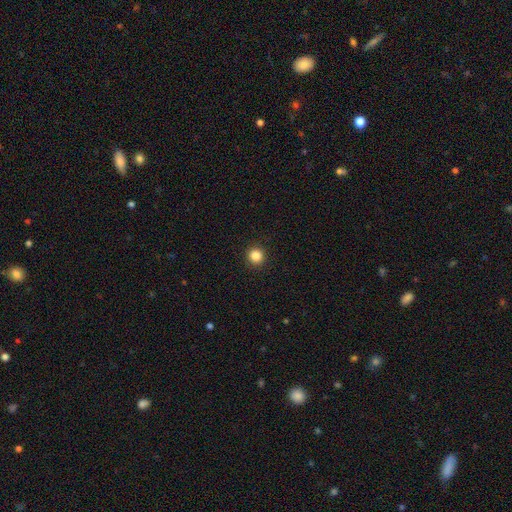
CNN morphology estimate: smooth 86%, star or artifact 11%, featured or disk 3%. Down the decision tree: how rounded — round (95%); merging — none (93%).